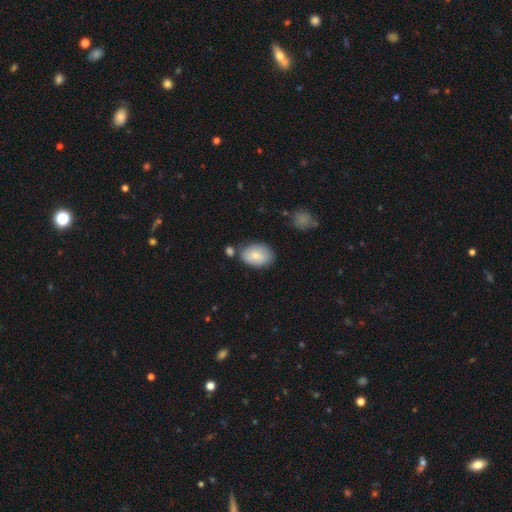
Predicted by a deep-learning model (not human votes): Smooth or featured: smooth — 76% (featured or disk — 17%)
How rounded: in between — 81% (round — 18%)
Merging: none — 66% (minor disturbance — 21%)